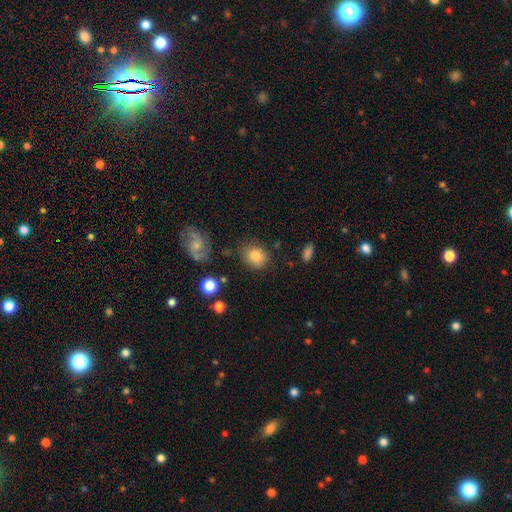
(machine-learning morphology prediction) This is clearly a smooth galaxy (80%). How rounded: likely round (65%). Merging: likely none (78%).